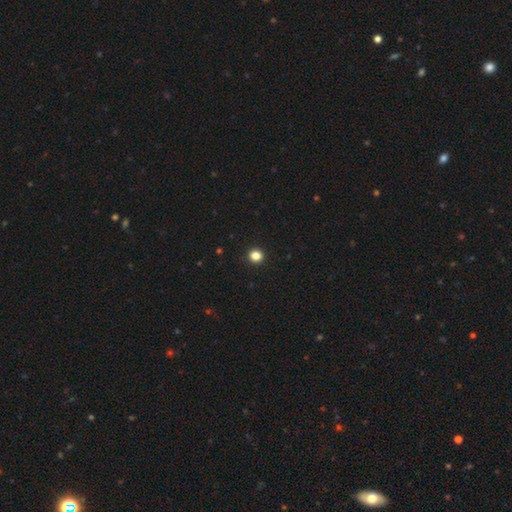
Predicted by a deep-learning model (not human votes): This is clearly a smooth galaxy (84%). How rounded: clearly round (90%). Merging: clearly none (93%).